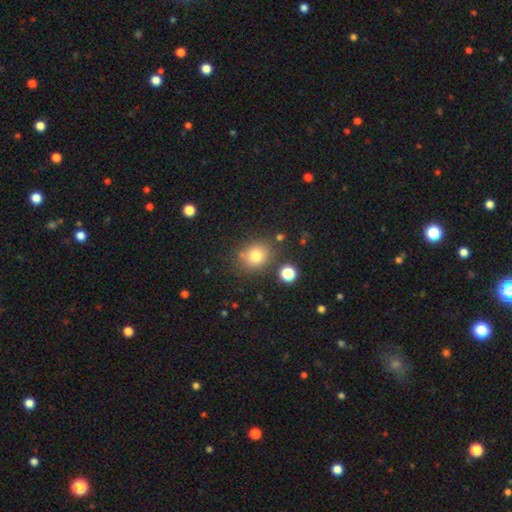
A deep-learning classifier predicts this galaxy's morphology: Smooth or featured? smooth (77%)
How rounded? round (75%)
Merging? none (78%)